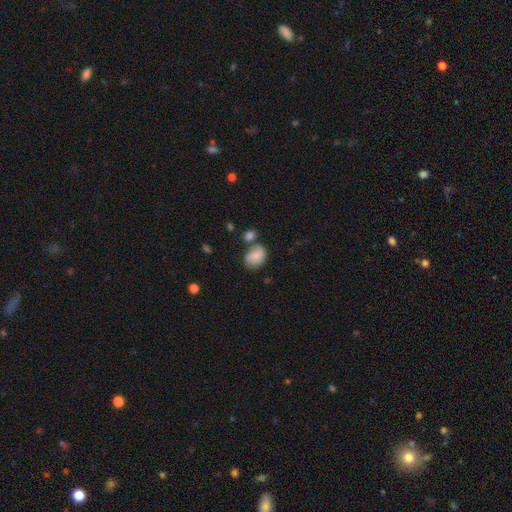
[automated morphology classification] This is clearly a smooth galaxy (82%). How rounded: likely in between (70%). Merging: possibly none (47%).